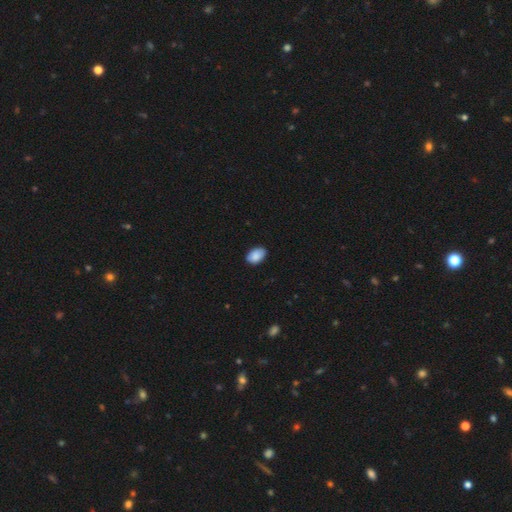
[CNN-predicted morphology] The model was most divided on "merging": none: 87%, minor disturbance: 11%, major disturbance: 2%, merger: 1%. More confident: how rounded — in between (90%); smooth or featured — smooth (89%).